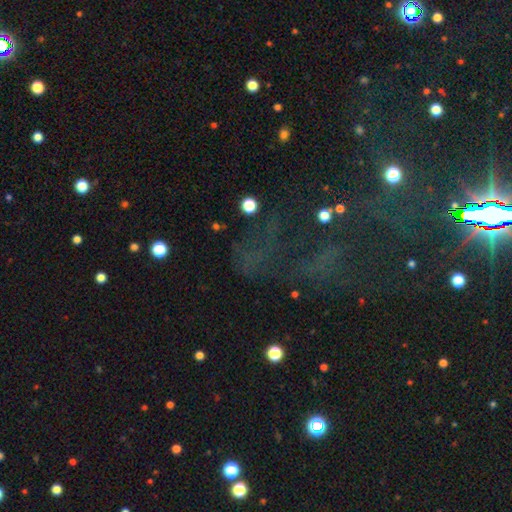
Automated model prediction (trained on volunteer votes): smooth-or-featured: star or artifact: 60% | smooth: 23% | featured or disk: 18%